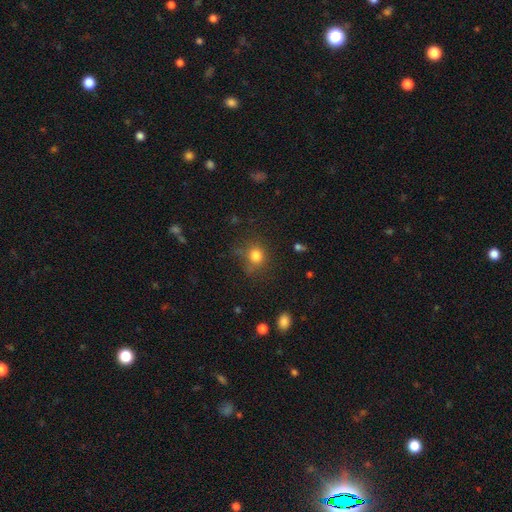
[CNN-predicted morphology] Q: Smooth or featured?
A: smooth (79%); runner-up: star or artifact (14%)
Q: How rounded?
A: round (80%); runner-up: in between (19%)
Q: Merging?
A: none (70%); runner-up: minor disturbance (19%)